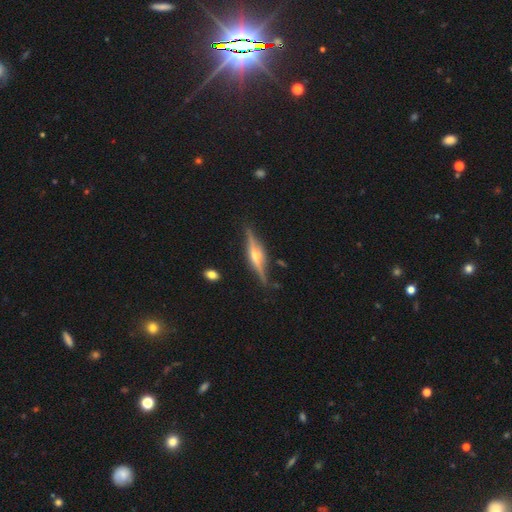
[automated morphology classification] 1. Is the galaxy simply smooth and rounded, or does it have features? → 83% featured or disk, 11% smooth, 6% star or artifact.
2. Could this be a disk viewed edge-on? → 97% yes, 3% no.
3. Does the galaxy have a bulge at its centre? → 90% rounded, 7% boxy, 3% none.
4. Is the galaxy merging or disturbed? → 86% none, 10% minor disturbance, 2% major disturbance, 2% merger.